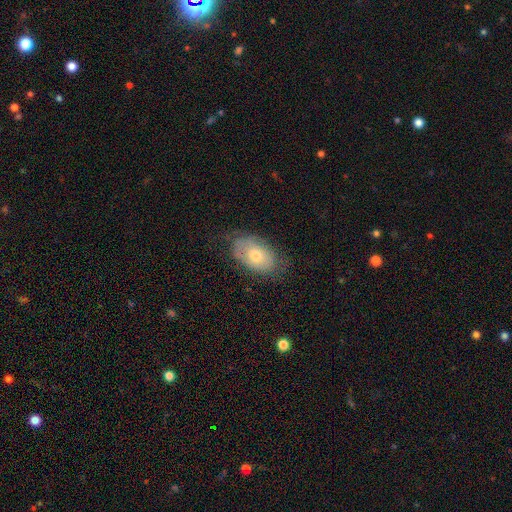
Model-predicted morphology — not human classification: The model was most divided on "smooth or featured": smooth: 59%, featured or disk: 34%, star or artifact: 7%. More confident: how rounded — in between (90%); merging — none (67%).